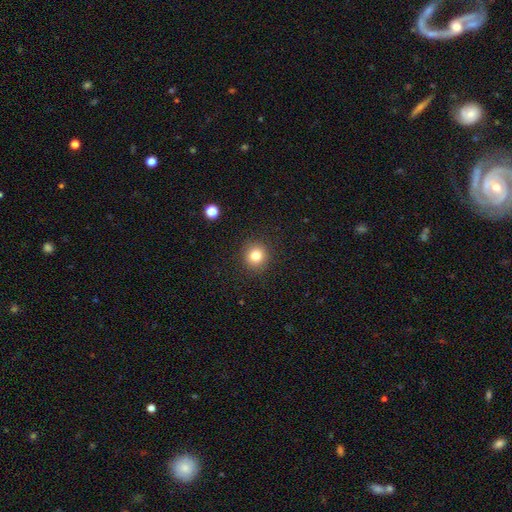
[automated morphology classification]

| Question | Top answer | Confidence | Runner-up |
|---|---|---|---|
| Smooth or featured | smooth | 81% | star or artifact (12%) |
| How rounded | round | 91% | in between (8%) |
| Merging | none | 91% | minor disturbance (6%) |